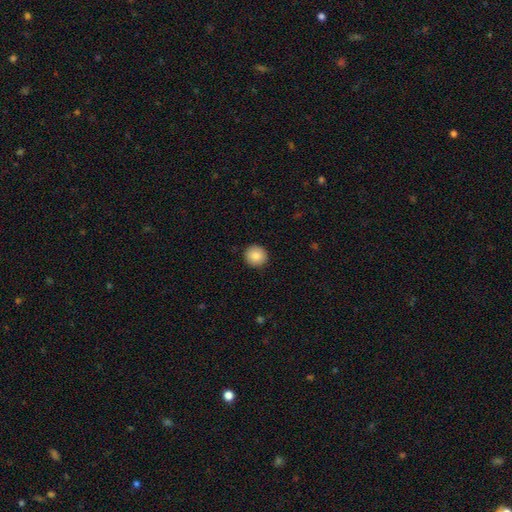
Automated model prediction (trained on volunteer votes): A smooth galaxy with no disk features (87%) that is round (93%).

Vote fractions:
- Smooth or featured? smooth: 87% / star or artifact: 8% / featured or disk: 5%
- How rounded? round: 93% / in between: 6% / cigar-shaped: 1%
- Merging? none: 92% / minor disturbance: 5% / major disturbance: 2% / merger: 1%